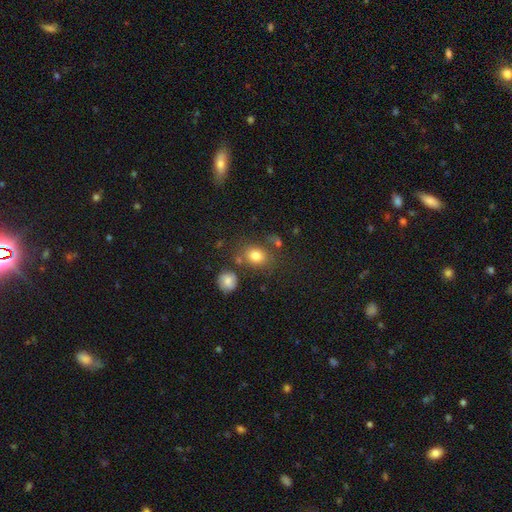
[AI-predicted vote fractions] Smooth or featured: smooth — 79% (star or artifact — 12%)
How rounded: round — 51% (in between — 48%)
Merging: none — 67% (minor disturbance — 16%)